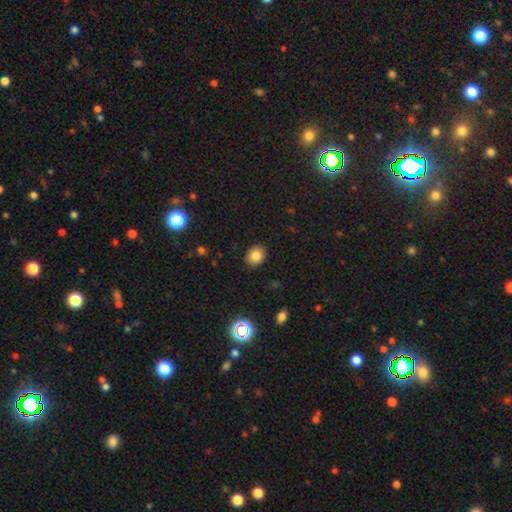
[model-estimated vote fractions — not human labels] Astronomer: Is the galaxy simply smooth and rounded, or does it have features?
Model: smooth — 82%.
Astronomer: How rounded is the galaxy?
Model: round — 53% (runner-up: in between, 46%).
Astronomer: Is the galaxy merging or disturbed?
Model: none — 88%.